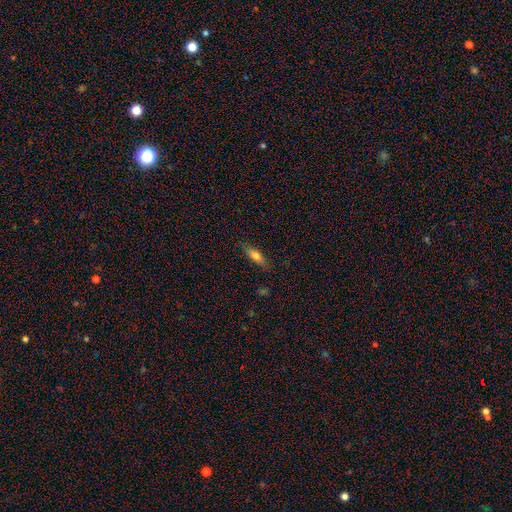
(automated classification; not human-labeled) smooth-or-featured: smooth: 68% | featured or disk: 24% | star or artifact: 7%
  how-rounded: in between: 52% | cigar-shaped: 45% | round: 3%
  merging: none: 81% | minor disturbance: 15% | major disturbance: 3% | merger: 1%